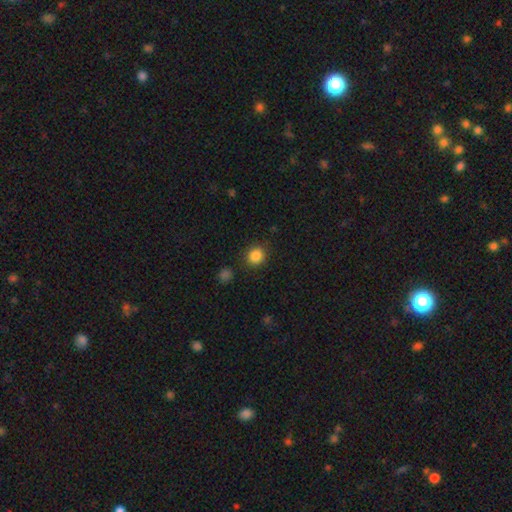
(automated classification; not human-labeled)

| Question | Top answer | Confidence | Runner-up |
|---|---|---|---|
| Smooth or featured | smooth | 85% | star or artifact (11%) |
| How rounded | round | 83% | in between (16%) |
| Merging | none | 85% | minor disturbance (9%) |